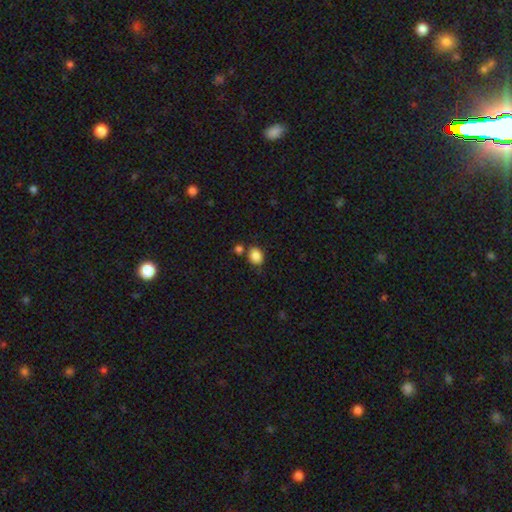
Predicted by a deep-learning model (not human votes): Overall: smooth (86%). How rounded: in between (55%; round 44%). Merging: none (70%).